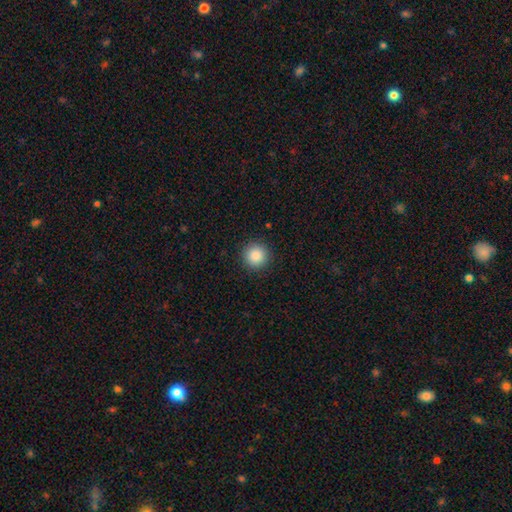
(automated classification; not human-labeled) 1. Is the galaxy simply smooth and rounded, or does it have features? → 87% smooth, 9% star or artifact, 4% featured or disk.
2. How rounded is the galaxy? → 95% round, 4% in between, 1% cigar-shaped.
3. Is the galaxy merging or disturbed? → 92% none, 5% minor disturbance, 2% major disturbance, 1% merger.